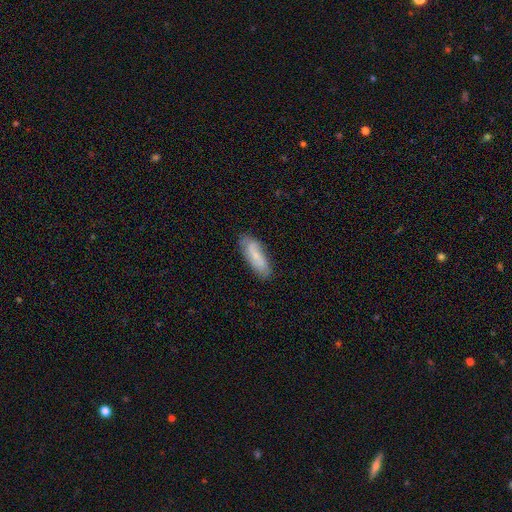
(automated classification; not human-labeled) Smooth or featured? Predicted: smooth (p=0.63). How rounded? Predicted: in between (p=0.58). Merging? Predicted: none (p=0.77).